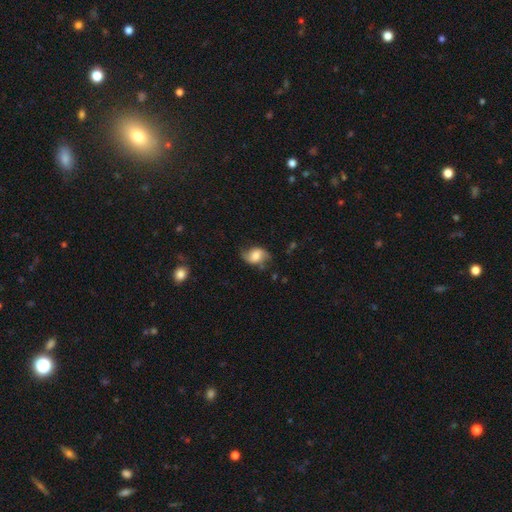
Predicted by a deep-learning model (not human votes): This appears to be a smooth galaxy with no disk features (48%). Merging: none (61%).